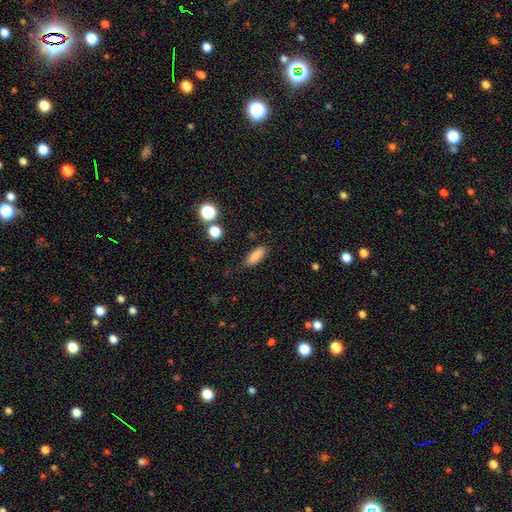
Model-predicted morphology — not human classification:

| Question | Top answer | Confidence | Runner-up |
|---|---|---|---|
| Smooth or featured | smooth | 84% | star or artifact (9%) |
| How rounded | in between | 65% | cigar-shaped (31%) |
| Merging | none | 80% | minor disturbance (14%) |